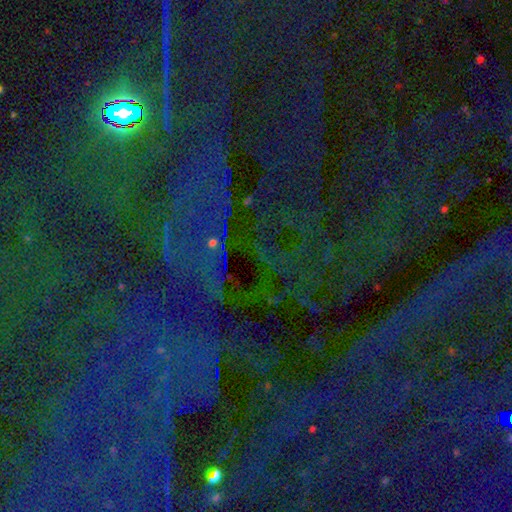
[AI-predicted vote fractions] Overall: star or artifact (83%).